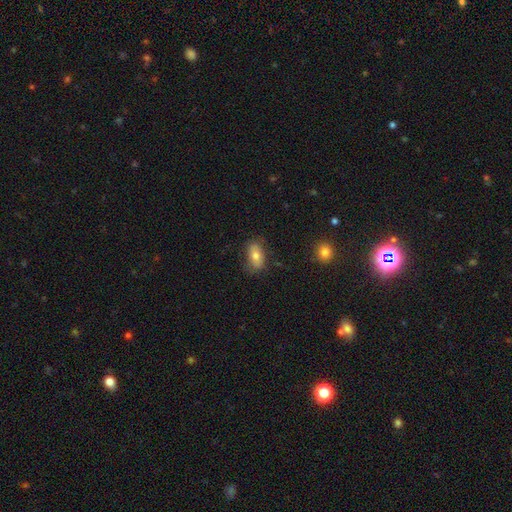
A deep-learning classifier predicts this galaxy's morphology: smooth_or_featured: smooth (p=0.74) [alt: featured or disk p=0.19]
how_rounded: in between (p=0.89) [alt: round p=0.08]
merging: none (p=0.76) [alt: minor disturbance p=0.18]